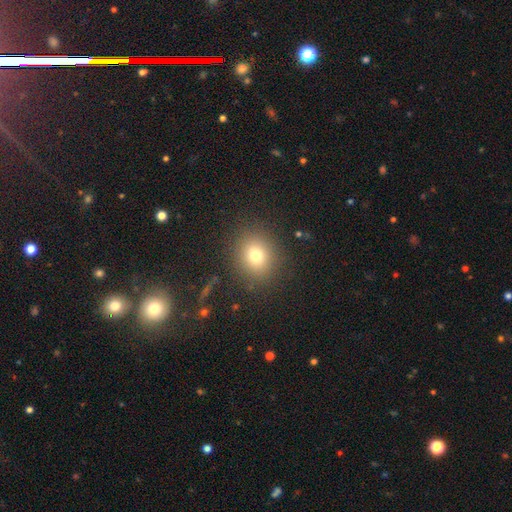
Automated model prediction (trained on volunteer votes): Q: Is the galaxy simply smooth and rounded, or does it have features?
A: smooth — 75%.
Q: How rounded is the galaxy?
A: round — 79%.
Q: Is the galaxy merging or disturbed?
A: none — 88%.